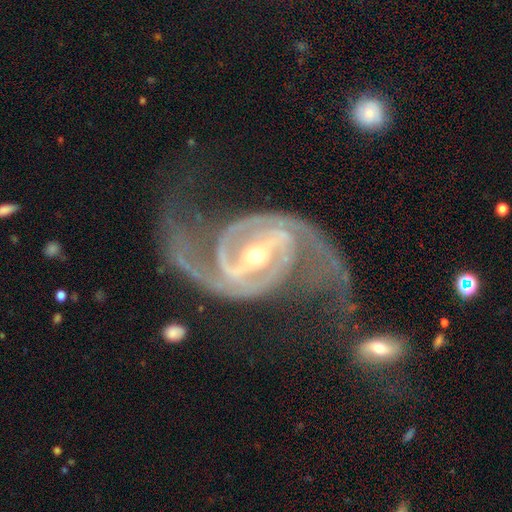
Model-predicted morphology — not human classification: Q: Smooth or featured?
A: featured or disk (94%); runner-up: star or artifact (4%)
Q: Edge-on disk?
A: no (98%); runner-up: yes (2%)
Q: Bar?
A: strong (62%); runner-up: weak (29%)
Q: Spiral arms?
A: yes (98%); runner-up: no (2%)
Q: Spiral winding?
A: medium (57%); runner-up: loose (22%)
Q: Spiral arm count?
A: 2 (91%); runner-up: 3 (3%)
Q: Bulge size?
A: small (51%); runner-up: moderate (46%)
Q: Merging?
A: none (57%); runner-up: minor disturbance (18%)